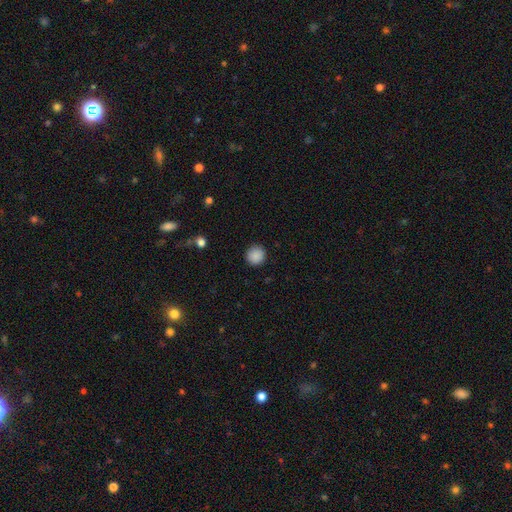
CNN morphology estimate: Smooth or featured? smooth (89%)
How rounded? round (92%)
Merging? none (91%)